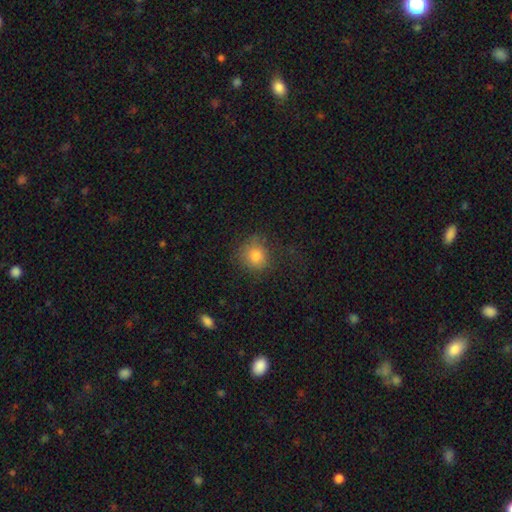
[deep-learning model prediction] A smooth galaxy with no disk features (80%) that is round (85%). Merging: none (68%).